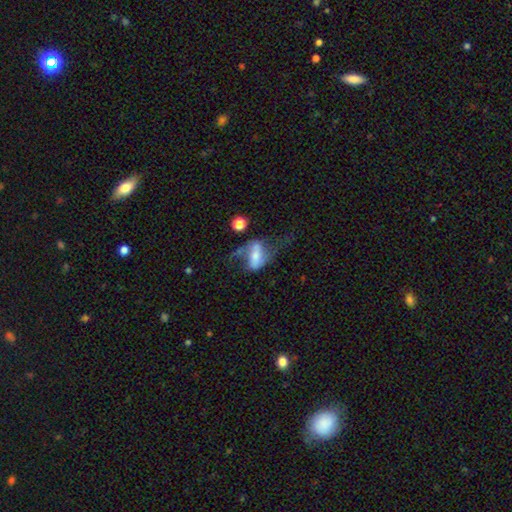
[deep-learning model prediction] smooth-or-featured: featured or disk: 66% | smooth: 26% | star or artifact: 8%
  disk-edge-on: no: 91% | yes: 9%
    bar: strong: 46% | weak: 32% | no: 22%
    has-spiral-arms: yes: 80% | no: 20%
    bulge-size: moderate: 41% | small: 34% | large: 13% | none: 8% | dominant: 4%
  merging: none: 39% | major disturbance: 33% | minor disturbance: 20% | merger: 8%